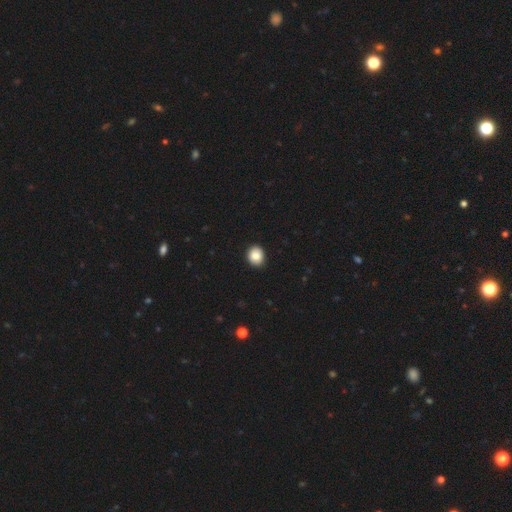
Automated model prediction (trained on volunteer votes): Smooth or featured?
  - smooth: 87% *
  - star or artifact: 8%
  - featured or disk: 5%
How rounded?
  - round: 63% *
  - in between: 36%
  - cigar-shaped: 1%
Merging?
  - none: 90% *
  - minor disturbance: 8%
  - major disturbance: 2%
  - merger: 1%